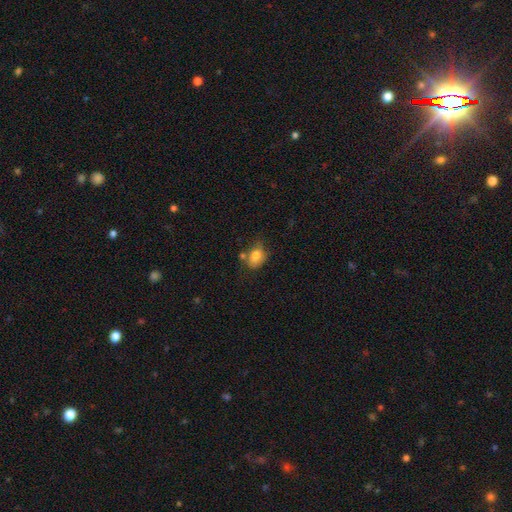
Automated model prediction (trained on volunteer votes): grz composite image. It shows a smooth galaxy with no disk features (79%) that is in between round and cigar-shaped (66%). Merging: none (53%).